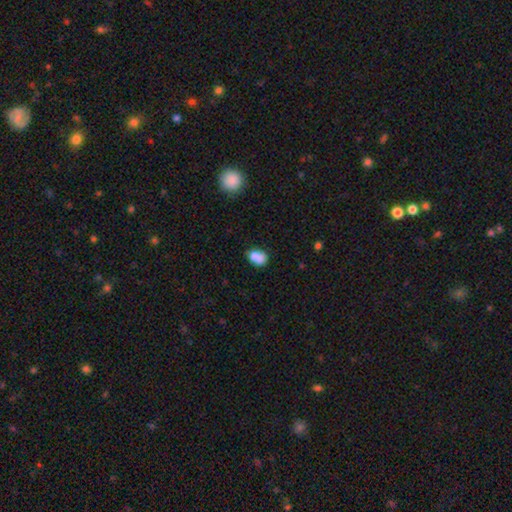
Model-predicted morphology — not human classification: smooth 81%, featured or disk 9%, star or artifact 9%. Down the decision tree: how rounded — in between (78%); merging — none (51%).